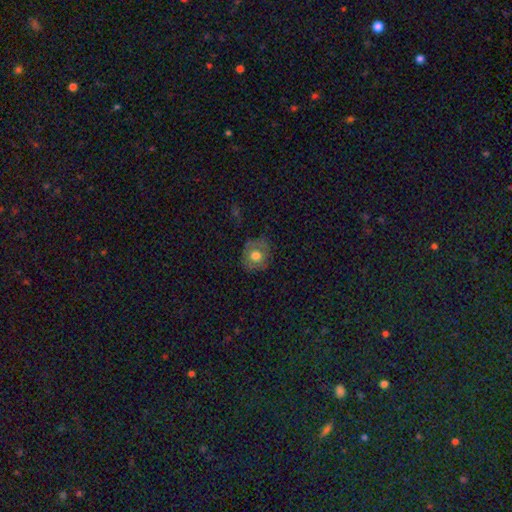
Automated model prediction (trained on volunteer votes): Smooth or featured: smooth — 61% (featured or disk — 29%)
How rounded: round — 81% (in between — 18%)
Merging: none — 75% (minor disturbance — 18%)